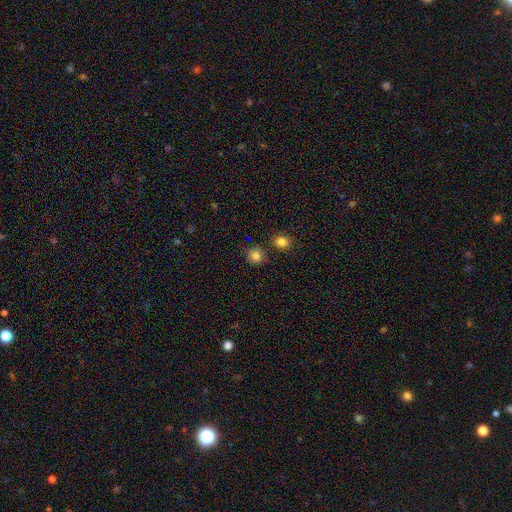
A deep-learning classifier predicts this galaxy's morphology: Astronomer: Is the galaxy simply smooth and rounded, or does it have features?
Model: smooth — 83%.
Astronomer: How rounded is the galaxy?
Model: round — 89%.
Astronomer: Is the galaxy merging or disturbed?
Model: none — 80%.